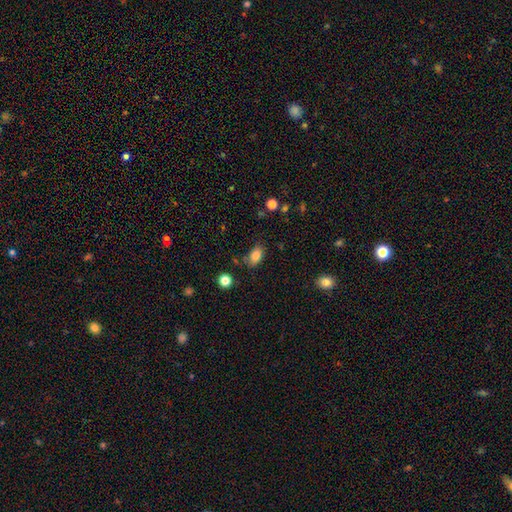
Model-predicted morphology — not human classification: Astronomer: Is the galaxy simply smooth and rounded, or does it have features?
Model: smooth — 83%.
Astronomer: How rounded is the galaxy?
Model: in between — 88%.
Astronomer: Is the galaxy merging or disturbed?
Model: none — 76%.